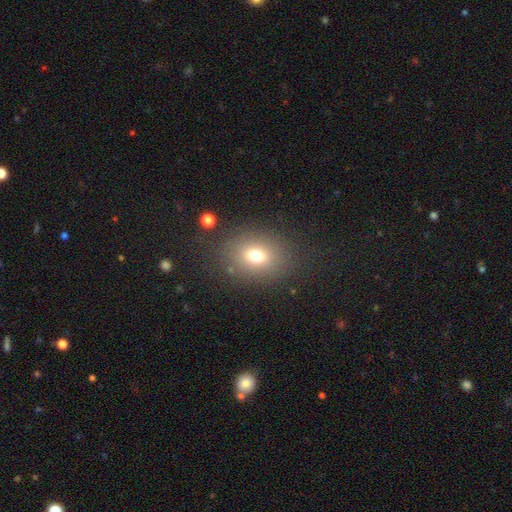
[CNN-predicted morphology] smooth_or_featured: smooth (p=0.71) [alt: star or artifact p=0.16]
how_rounded: in between (p=0.52) [alt: round p=0.47]
merging: none (p=0.82) [alt: minor disturbance p=0.10]